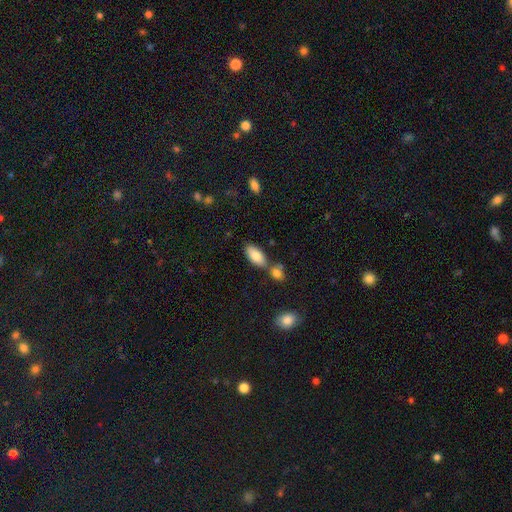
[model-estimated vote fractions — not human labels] A smooth galaxy with no disk features (83%) that is in between round and cigar-shaped (90%). Merging: none (65%).